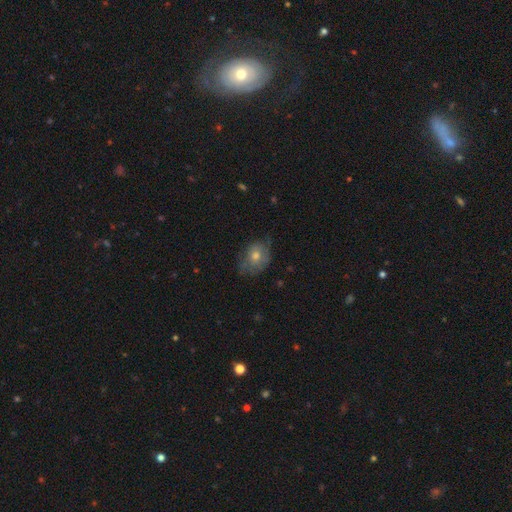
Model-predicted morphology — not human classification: type=smooth (55%); roundness=in between (53%); merging=none (59%).